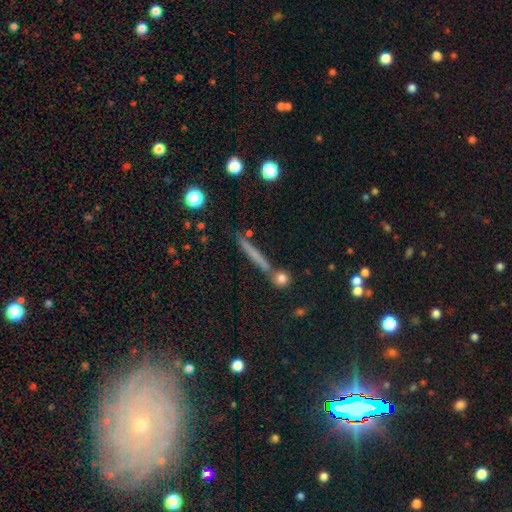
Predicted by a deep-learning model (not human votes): The model was most divided on "smooth or featured": smooth: 52%, featured or disk: 33%, star or artifact: 14%. More confident: how rounded — cigar-shaped (89%); merging — none (80%).